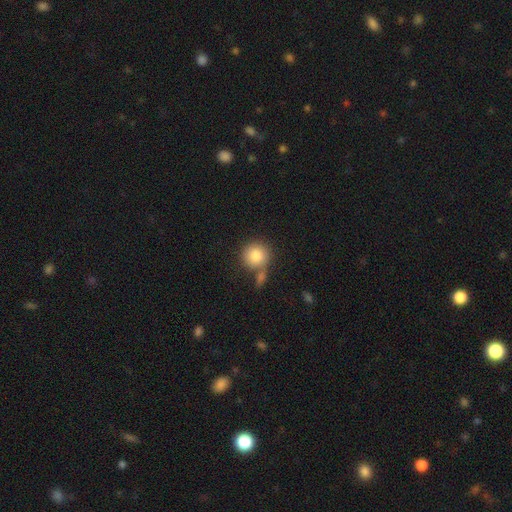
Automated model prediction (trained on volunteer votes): Q: Smooth or featured?
A: smooth (83%); runner-up: featured or disk (8%)
Q: How rounded?
A: round (91%); runner-up: in between (7%)
Q: Merging?
A: none (57%); runner-up: merger (25%)